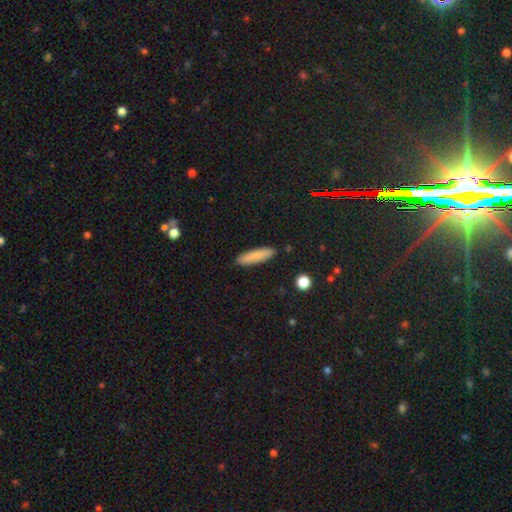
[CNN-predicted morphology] Smooth or featured? Predicted: smooth (p=0.82). How rounded? Predicted: cigar-shaped (p=0.75). Merging? Predicted: none (p=0.90).